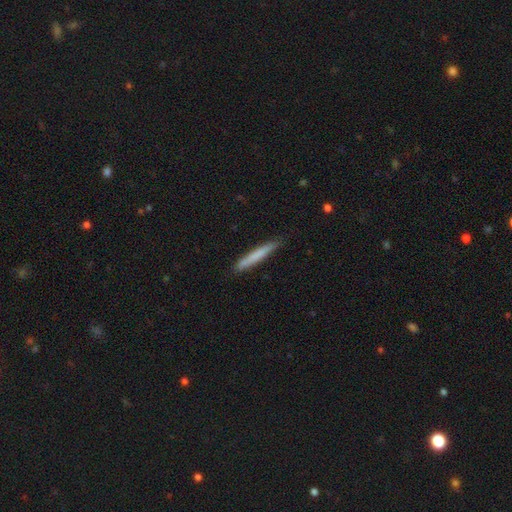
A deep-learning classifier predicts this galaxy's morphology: A smooth galaxy with no disk features (71%) that is cigar-shaped (96%). Merging: none (86%).